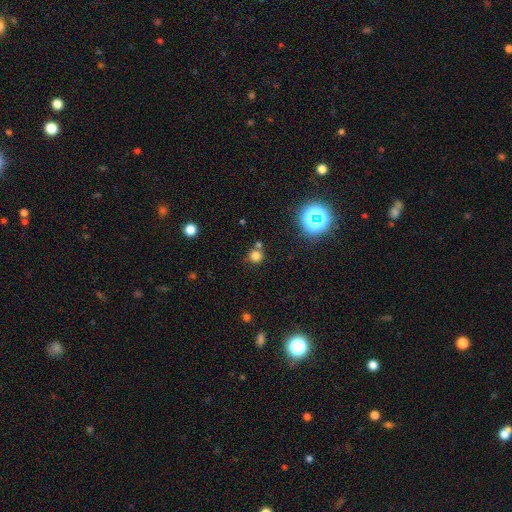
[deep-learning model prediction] Morphology: type=smooth (74%); roundness=round (90%); merging=none (67%).